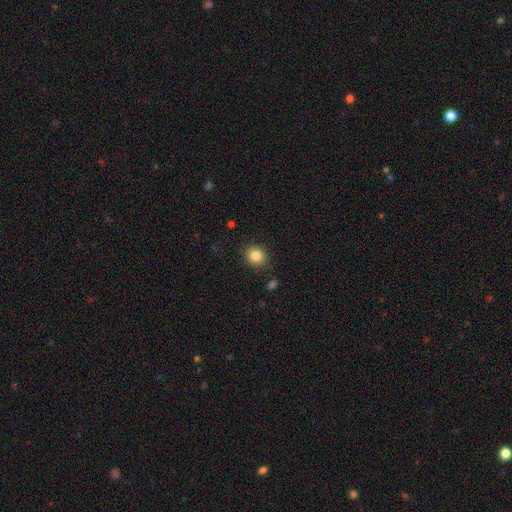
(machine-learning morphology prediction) Smooth or featured? Predicted: smooth (p=0.85). How rounded? Predicted: round (p=0.79). Merging? Predicted: none (p=0.85).